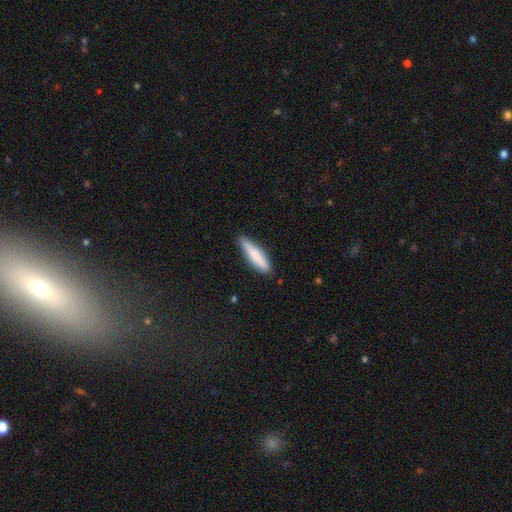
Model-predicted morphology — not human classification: smooth_or_featured: smooth (p=0.73) [alt: featured or disk p=0.21]
how_rounded: cigar-shaped (p=0.81) [alt: in between p=0.17]
merging: none (p=0.87) [alt: minor disturbance p=0.10]